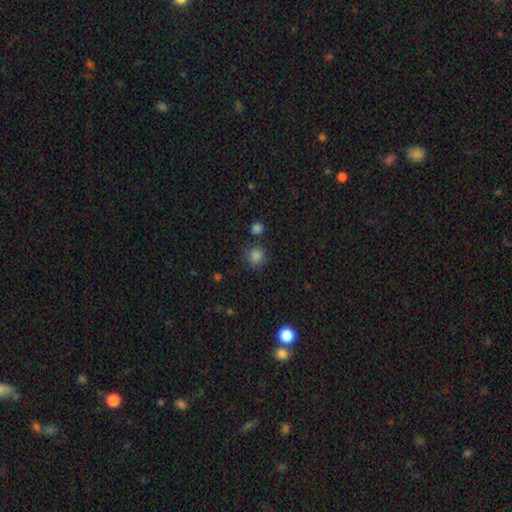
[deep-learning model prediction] A smooth galaxy with no disk features (83%) that is round (90%). Merging: none (81%).